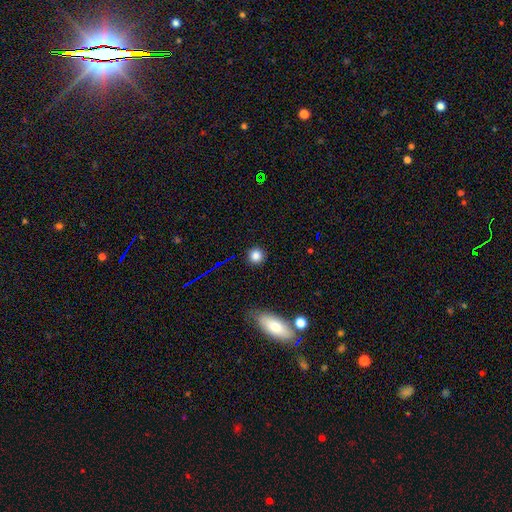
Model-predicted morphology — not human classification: This is clearly a smooth galaxy (83%). How rounded: clearly round (93%). Merging: clearly none (90%).